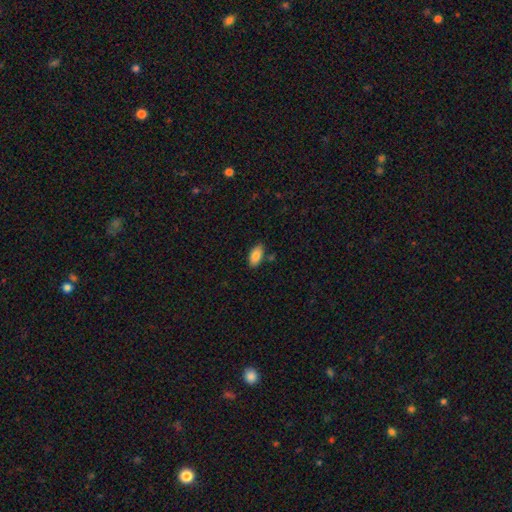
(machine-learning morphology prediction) Smooth or featured? Predicted: smooth (p=0.85). How rounded? Predicted: in between (p=0.93). Merging? Predicted: none (p=0.82).